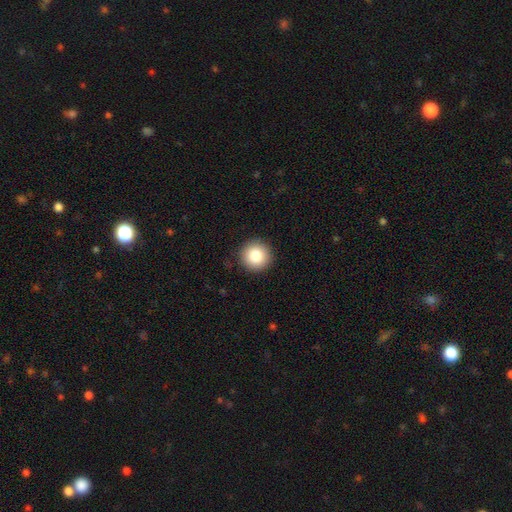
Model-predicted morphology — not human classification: Smooth or featured? smooth (86%)
How rounded? round (95%)
Merging? none (92%)